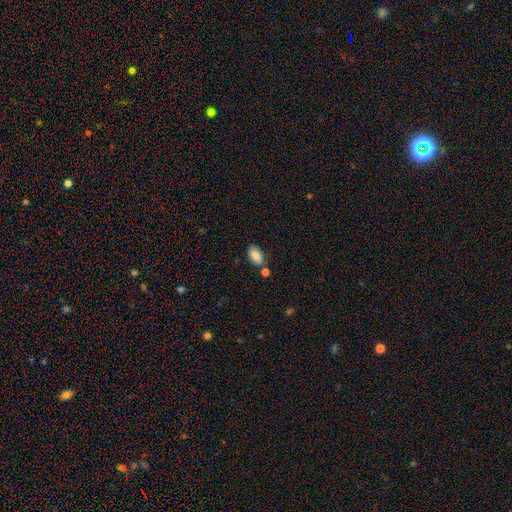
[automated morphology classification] A smooth galaxy with no disk features (84%) that is in between round and cigar-shaped (93%). Merging: none (68%).